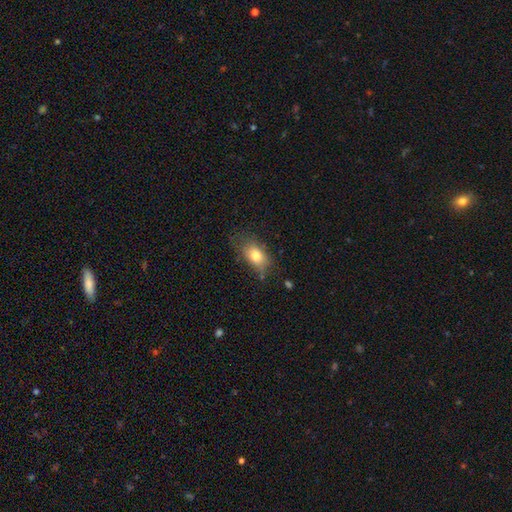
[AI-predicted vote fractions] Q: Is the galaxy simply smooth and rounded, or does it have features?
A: smooth — 78%.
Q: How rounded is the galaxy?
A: in between — 83%.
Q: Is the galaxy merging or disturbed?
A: none — 58%.